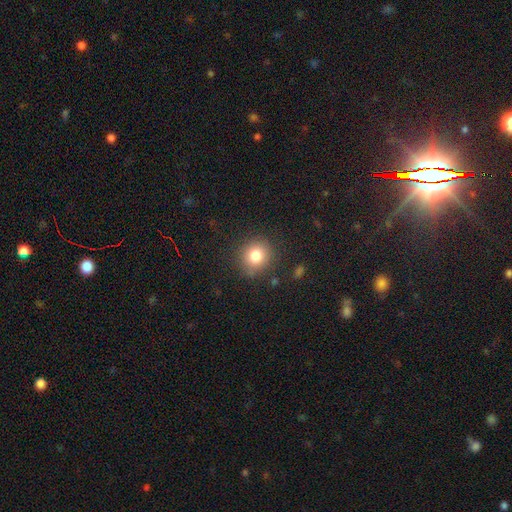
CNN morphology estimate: Smooth or featured? smooth (81%)
How rounded? round (84%)
Merging? none (85%)